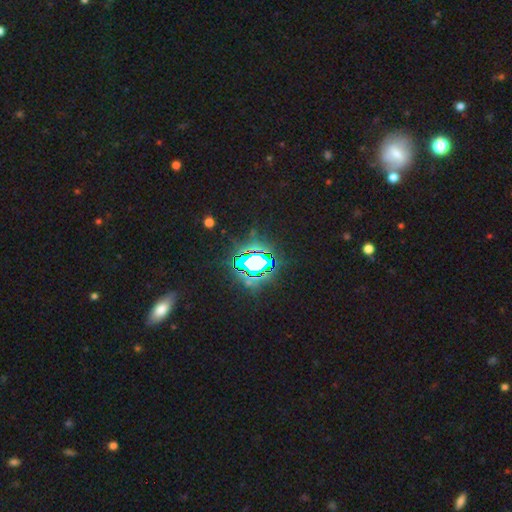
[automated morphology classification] star or artifact 75%, smooth 14%, featured or disk 11%.